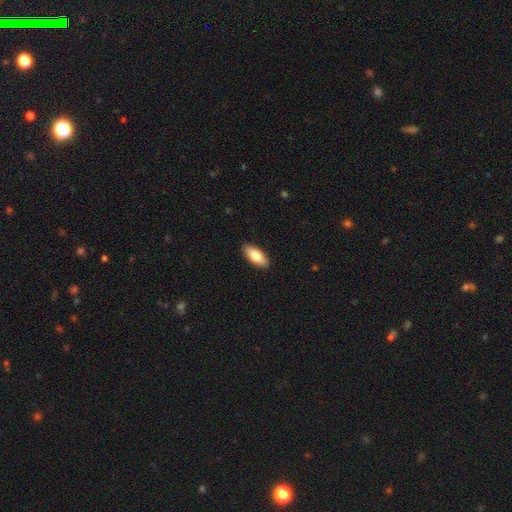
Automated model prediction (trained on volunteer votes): The model was most divided on "smooth or featured": smooth: 81%, featured or disk: 13%, star or artifact: 6%. More confident: merging — none (90%); how rounded — in between (86%).